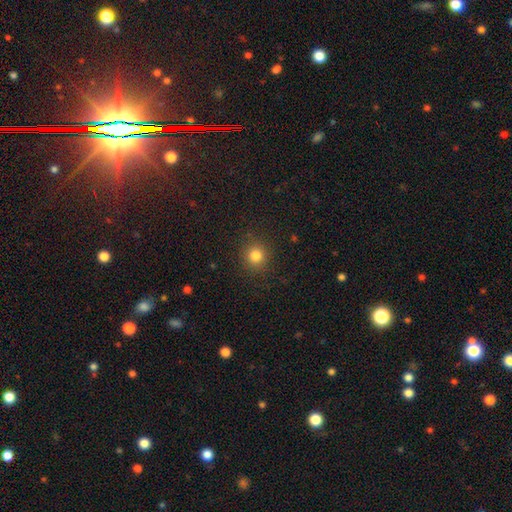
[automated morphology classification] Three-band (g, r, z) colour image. It shows a smooth galaxy with no disk features (82%) that is round (93%). Merging: none (90%).